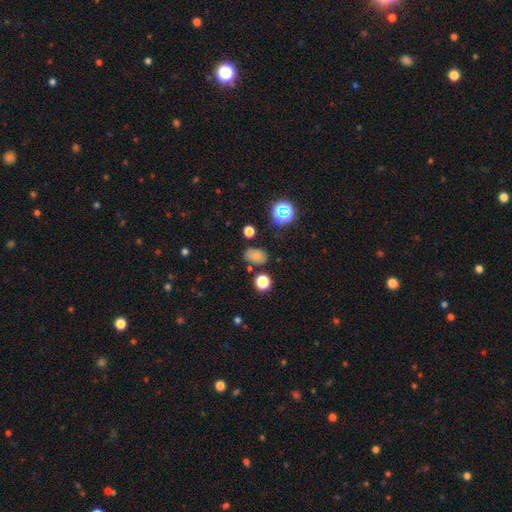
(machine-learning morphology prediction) Overall: smooth (72%). How rounded: in between (80%). Merging: none (75%).